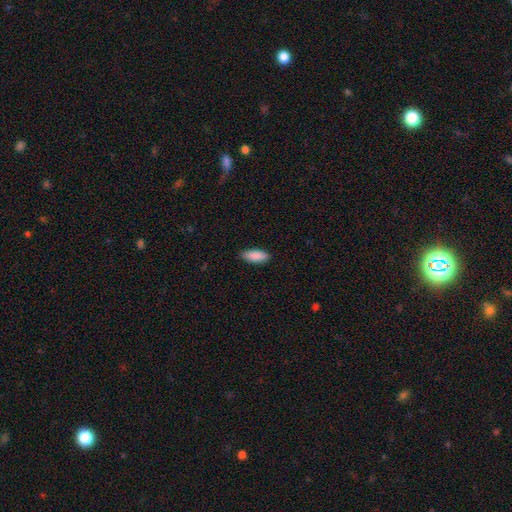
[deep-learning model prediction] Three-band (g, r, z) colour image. It shows a smooth galaxy with no disk features (90%) that is in between round and cigar-shaped (81%). Merging: none (86%).